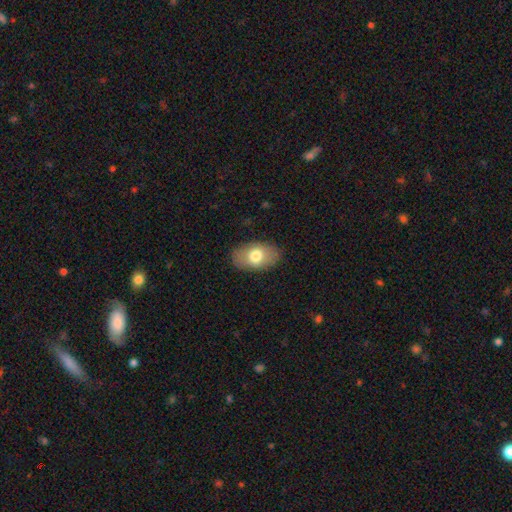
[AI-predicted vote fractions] Smooth or featured?
  - smooth: 72% *
  - featured or disk: 21%
  - star or artifact: 7%
How rounded?
  - in between: 90% *
  - round: 8%
  - cigar-shaped: 1%
Merging?
  - none: 85% *
  - minor disturbance: 11%
  - major disturbance: 3%
  - merger: 1%